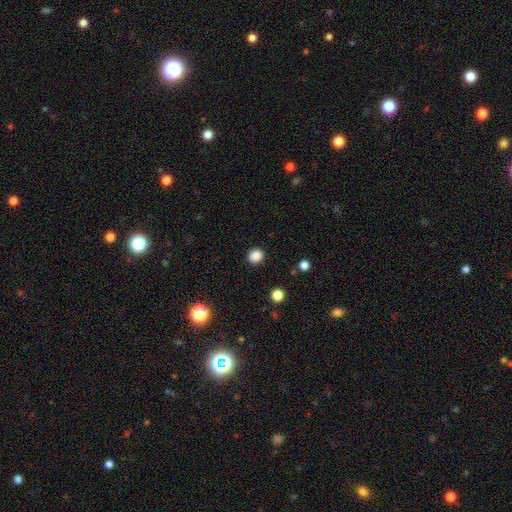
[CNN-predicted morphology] This appears to be a smooth galaxy with no disk features (86%) that is round (75%). Merging: none (90%).